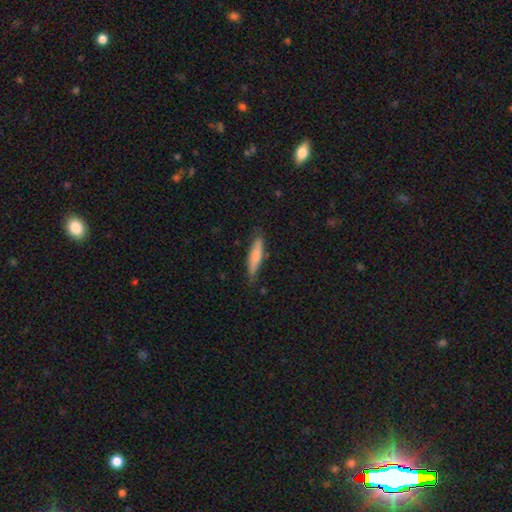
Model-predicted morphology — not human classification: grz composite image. It shows a smooth galaxy with no disk features (71%) that is cigar-shaped (83%). Merging: none (80%).